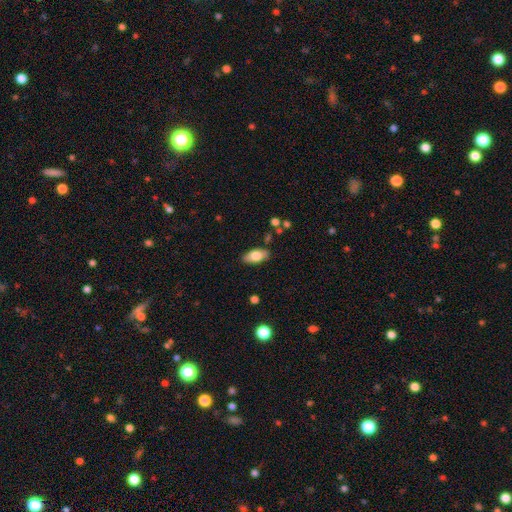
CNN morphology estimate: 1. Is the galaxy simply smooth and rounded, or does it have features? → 77% smooth, 16% featured or disk, 7% star or artifact.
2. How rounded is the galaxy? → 90% in between, 7% cigar-shaped, 3% round.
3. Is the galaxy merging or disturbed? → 85% none, 11% minor disturbance, 2% major disturbance, 2% merger.